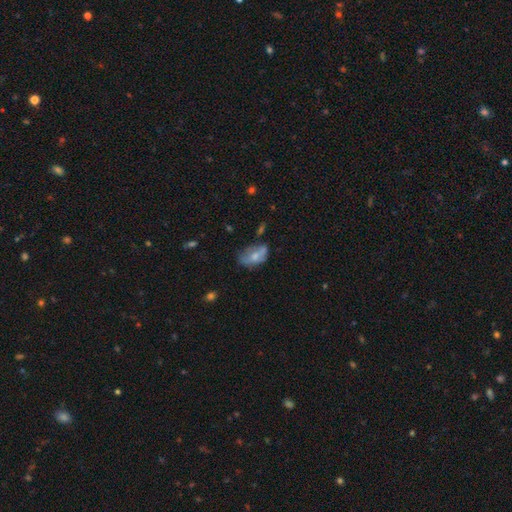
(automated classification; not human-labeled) Smooth or featured? Predicted: smooth (p=0.56). How rounded? Predicted: in between (p=0.88). Merging? Predicted: none (p=0.41).